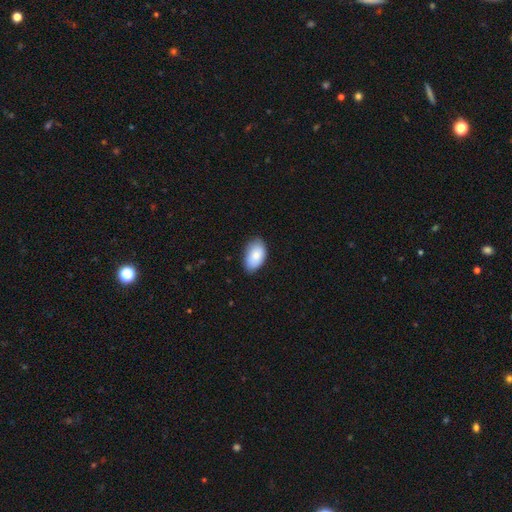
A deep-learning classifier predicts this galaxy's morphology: A smooth galaxy with no disk features (84%) that is in between round and cigar-shaped (93%). Merging: none (78%).